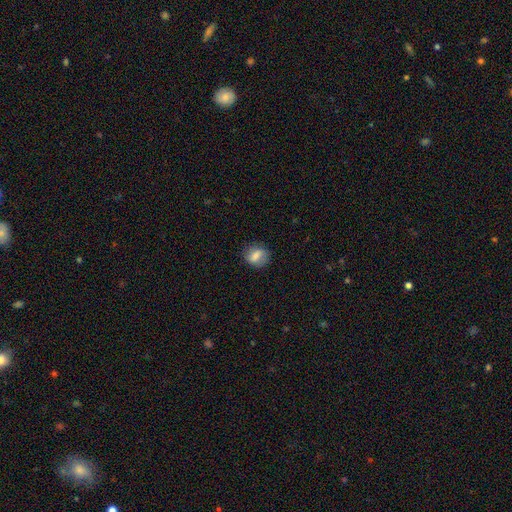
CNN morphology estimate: type=smooth (74%); roundness=round (53%); merging=none (80%).